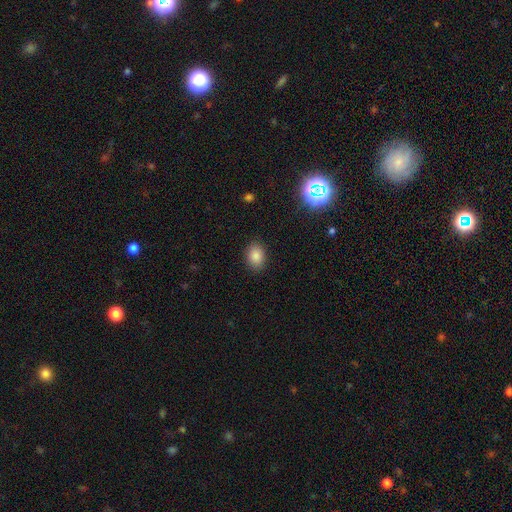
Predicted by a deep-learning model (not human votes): smooth 85%, star or artifact 10%, featured or disk 5%. Down the decision tree: how rounded — in between (72%); merging — none (87%).